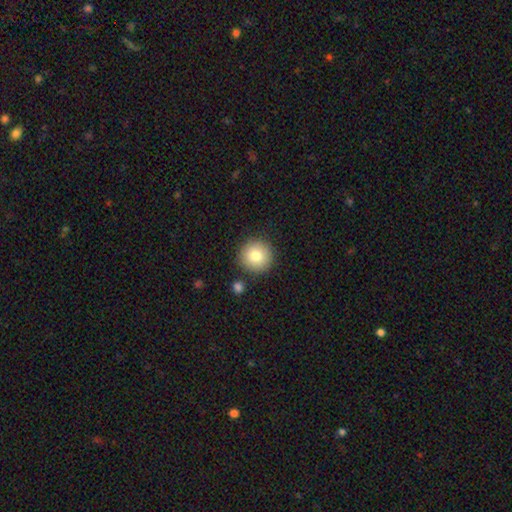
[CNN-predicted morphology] A smooth galaxy with no disk features (79%) that is round (95%).

Vote fractions:
- Smooth or featured? smooth: 79% / featured or disk: 11% / star or artifact: 10%
- How rounded? round: 95% / in between: 4% / cigar-shaped: 1%
- Merging? none: 86% / minor disturbance: 7% / merger: 4% / major disturbance: 2%